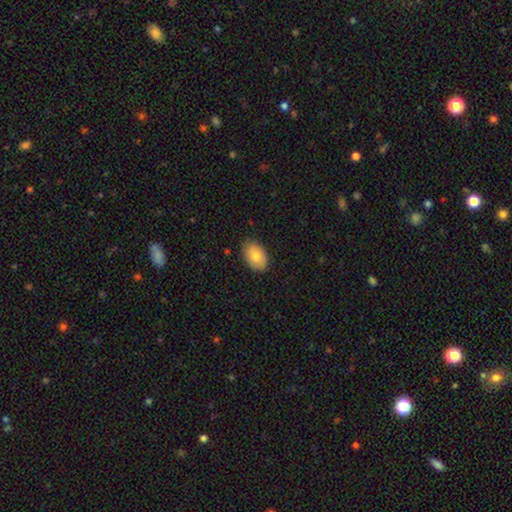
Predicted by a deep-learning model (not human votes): smooth-or-featured: smooth: 84% | featured or disk: 10% | star or artifact: 6%
  how-rounded: in between: 90% | round: 9% | cigar-shaped: 1%
  merging: none: 84% | minor disturbance: 13% | major disturbance: 2% | merger: 1%